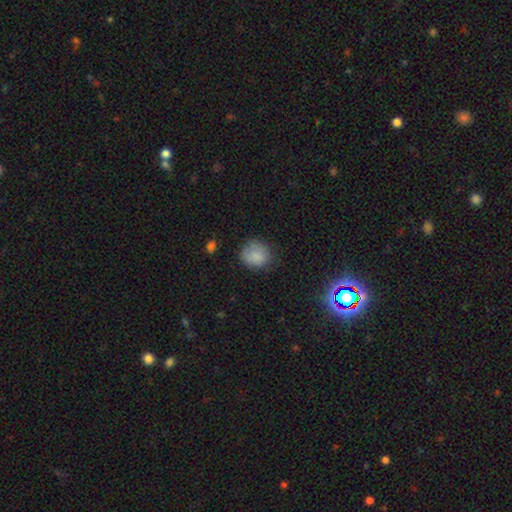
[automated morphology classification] Smooth or featured? Predicted: smooth (p=0.82). How rounded? Predicted: round (p=0.78). Merging? Predicted: none (p=0.69).